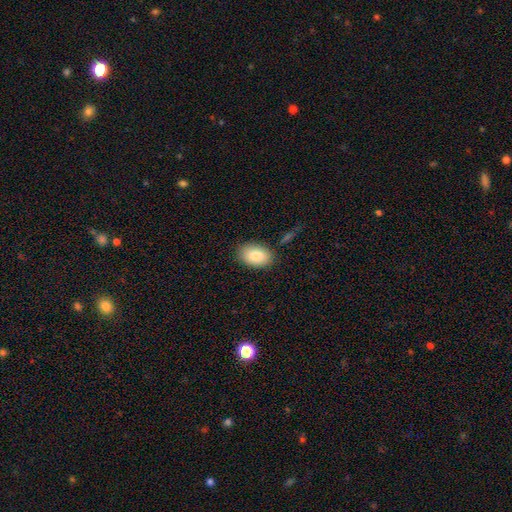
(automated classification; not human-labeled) Smooth or featured? Predicted: smooth (p=0.84). How rounded? Predicted: in between (p=0.88). Merging? Predicted: none (p=0.84).